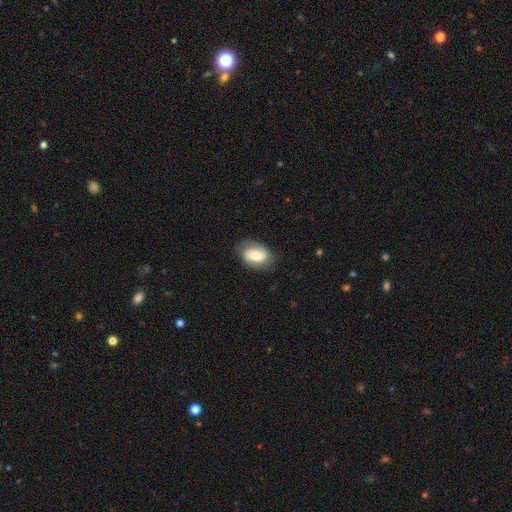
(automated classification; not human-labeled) smooth-or-featured: smooth: 48% | featured or disk: 45% | star or artifact: 7%
  merging: none: 75% | minor disturbance: 18% | major disturbance: 6% | merger: 1%